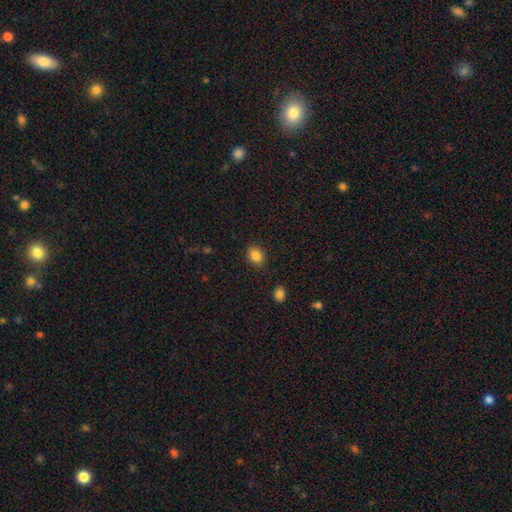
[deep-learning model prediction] A smooth galaxy with no disk features (85%) that is in between round and cigar-shaped (55%).

Vote fractions:
- Smooth or featured? smooth: 85% / star or artifact: 10% / featured or disk: 5%
- How rounded? in between: 55% / round: 44% / cigar-shaped: 1%
- Merging? none: 88% / minor disturbance: 9% / major disturbance: 2% / merger: 1%